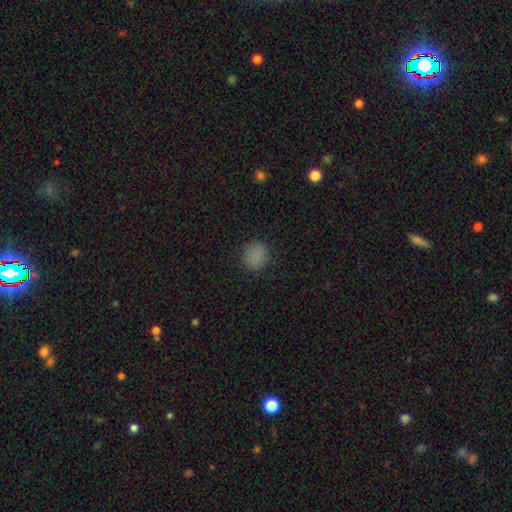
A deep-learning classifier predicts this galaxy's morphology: A smooth galaxy with no disk features (83%) that is round (85%). Merging: none (86%).